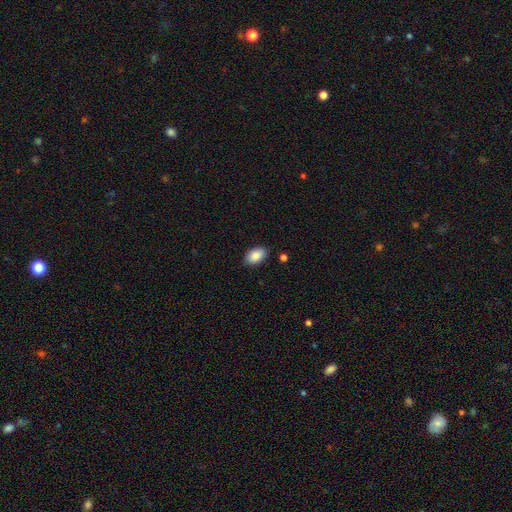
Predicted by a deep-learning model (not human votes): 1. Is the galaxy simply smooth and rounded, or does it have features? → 88% smooth, 7% star or artifact, 5% featured or disk.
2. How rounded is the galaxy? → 91% in between, 8% round, 1% cigar-shaped.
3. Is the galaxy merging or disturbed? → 85% none, 11% minor disturbance, 2% major disturbance, 2% merger.